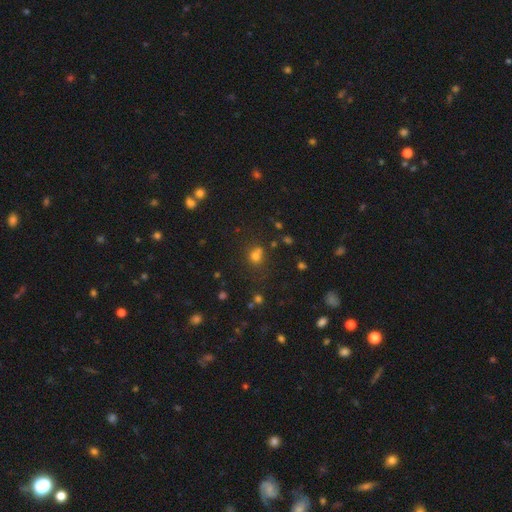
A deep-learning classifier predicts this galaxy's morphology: smooth-or-featured: smooth: 67% | star or artifact: 23% | featured or disk: 11%
  how-rounded: round: 78% | in between: 21% | cigar-shaped: 1%
  merging: none: 50% | merger: 33% | minor disturbance: 11% | major disturbance: 6%